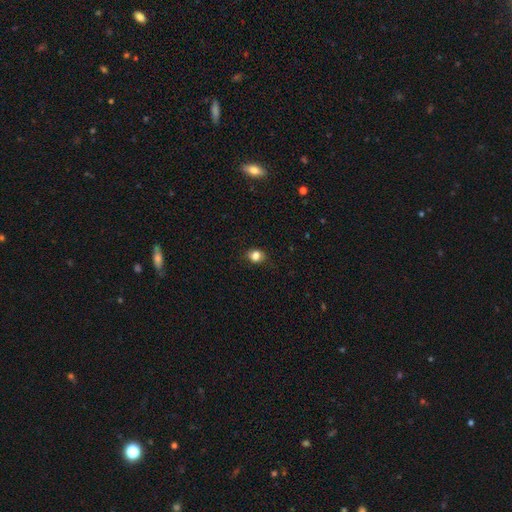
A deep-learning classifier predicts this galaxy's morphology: This is clearly a smooth galaxy (81%). How rounded: possibly round (54%). Merging: likely none (77%).